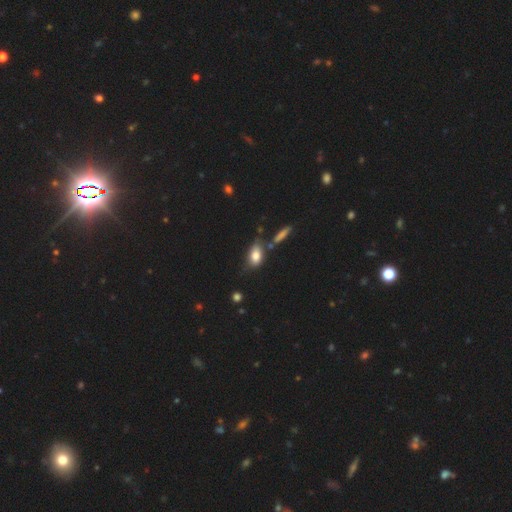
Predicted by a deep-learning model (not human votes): The model was most divided on "merging": none: 57%, minor disturbance: 24%, merger: 13%, major disturbance: 7%. More confident: how rounded — in between (85%); smooth or featured — smooth (79%).